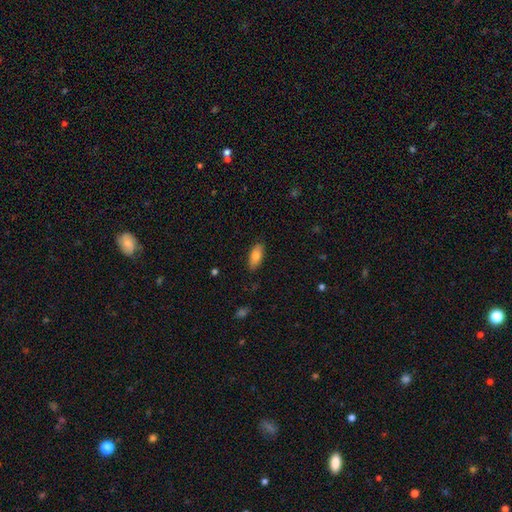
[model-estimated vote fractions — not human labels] A smooth galaxy with no disk features (78%) that is in between round and cigar-shaped (83%). Merging: none (87%).